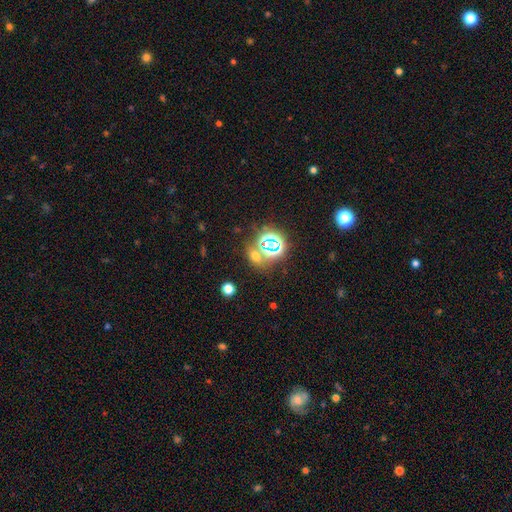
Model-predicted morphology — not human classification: A star or artifact, not a galaxy (50%).

Vote fractions:
- Smooth or featured? star or artifact: 50% / smooth: 42% / featured or disk: 9%